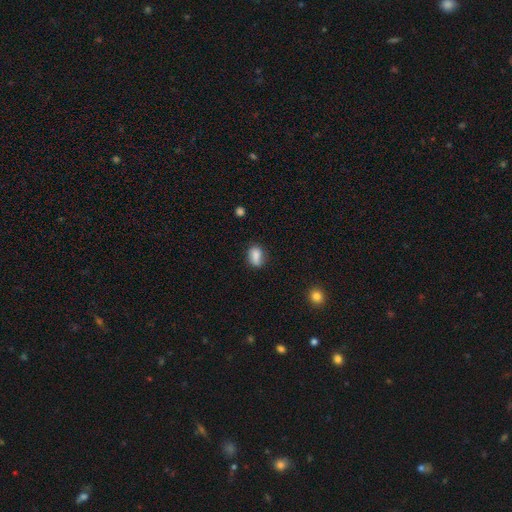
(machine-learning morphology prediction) Smooth or featured? Predicted: smooth (p=0.81). How rounded? Predicted: in between (p=0.76). Merging? Predicted: none (p=0.67).